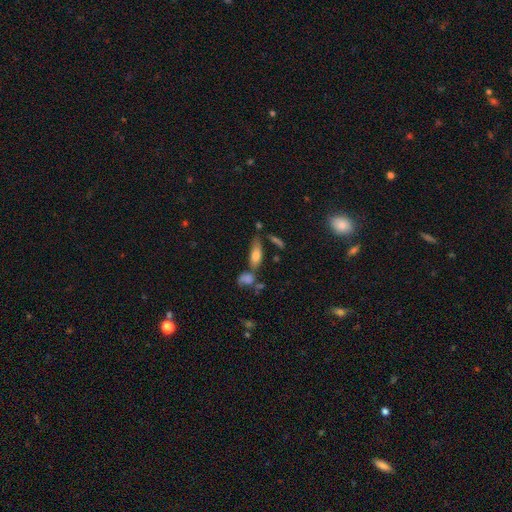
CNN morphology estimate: smooth_or_featured: smooth (p=0.70) [alt: featured or disk p=0.21]
how_rounded: in between (p=0.67) [alt: cigar-shaped p=0.30]
merging: none (p=0.51) [alt: merger p=0.22]